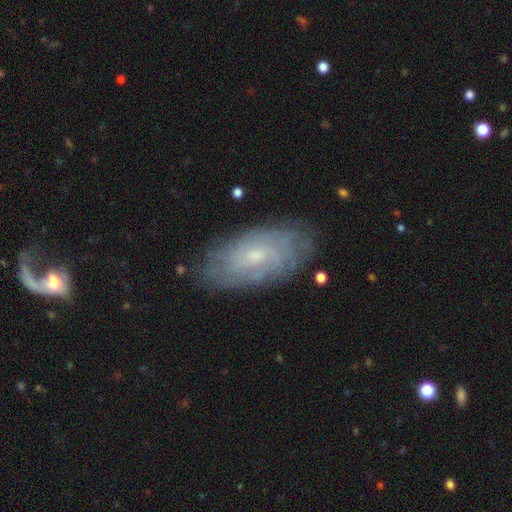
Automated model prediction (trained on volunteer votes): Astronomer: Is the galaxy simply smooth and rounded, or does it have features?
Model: featured or disk — 64%.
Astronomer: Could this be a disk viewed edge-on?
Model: no — 91%.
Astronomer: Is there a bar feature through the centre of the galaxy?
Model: no — 65%.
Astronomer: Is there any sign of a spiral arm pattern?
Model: yes — 79%.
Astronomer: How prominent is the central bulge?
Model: small — 56% (runner-up: moderate, 38%).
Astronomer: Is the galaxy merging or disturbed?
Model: none — 79%.